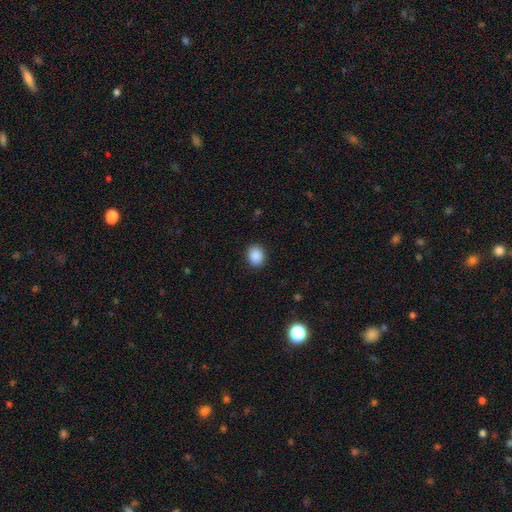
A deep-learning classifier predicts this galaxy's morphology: Smooth or featured? Predicted: smooth (p=0.89). How rounded? Predicted: round (p=0.60). Merging? Predicted: none (p=0.89).